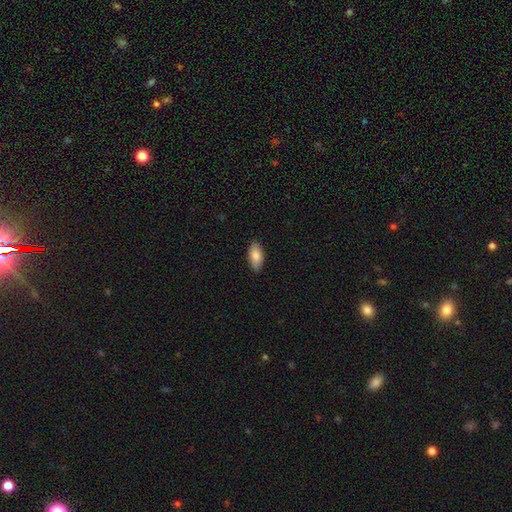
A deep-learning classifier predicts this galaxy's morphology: Overall: smooth (85%). How rounded: in between (91%). Merging: none (87%).